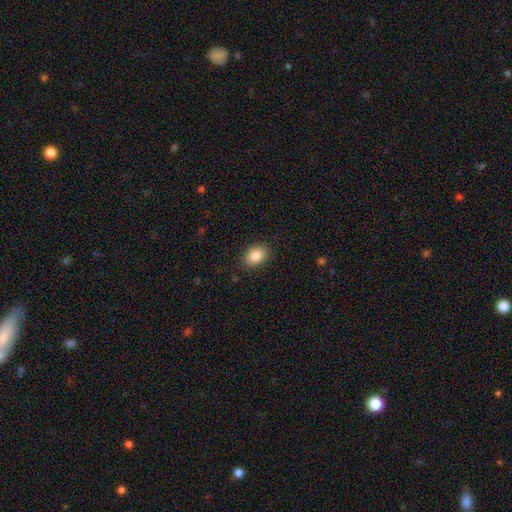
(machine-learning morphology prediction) type=smooth (86%); roundness=in between (77%); merging=none (87%).